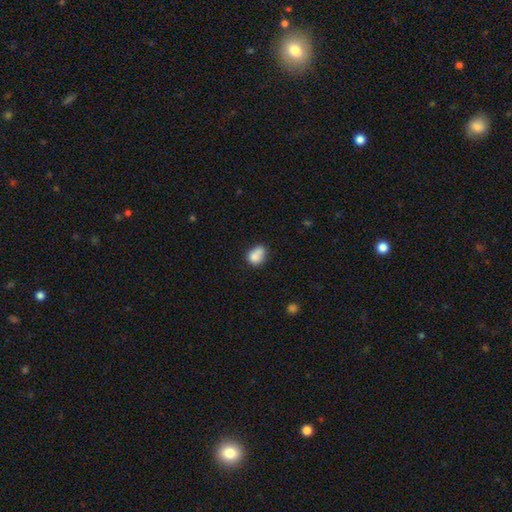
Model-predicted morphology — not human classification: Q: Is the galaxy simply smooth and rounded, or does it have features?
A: smooth — 77%.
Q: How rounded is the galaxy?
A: in between — 56%.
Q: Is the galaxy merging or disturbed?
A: merger — 37%.